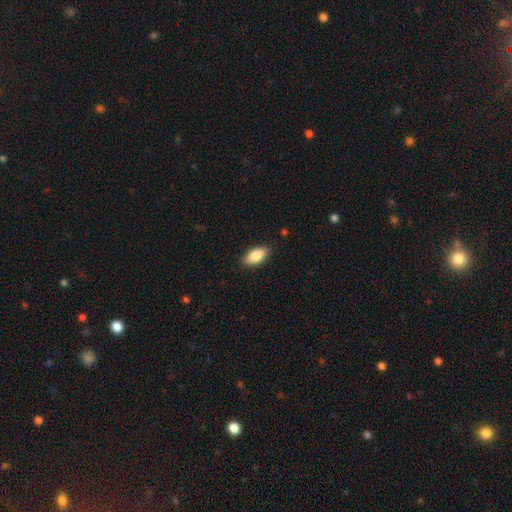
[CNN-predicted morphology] This appears to be a smooth galaxy with no disk features (85%) that is in between round and cigar-shaped (91%). Merging: none (87%).